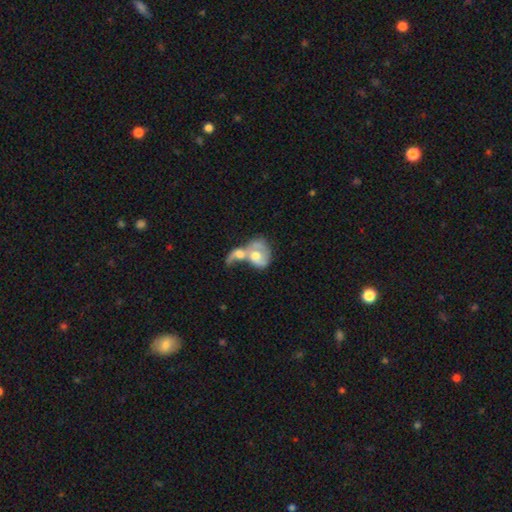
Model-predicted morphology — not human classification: Smooth or featured?
  - featured or disk: 51% *
  - smooth: 43%
  - star or artifact: 6%
Edge-on disk?
  - no: 96% *
  - yes: 4%
Merging?
  - merger: 80% *
  - major disturbance: 9%
  - none: 7%
  - minor disturbance: 4%